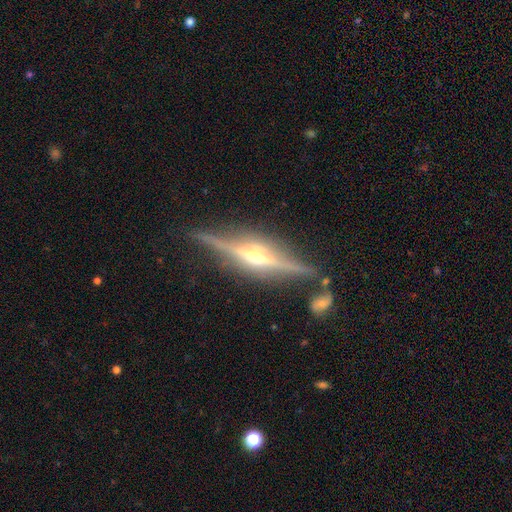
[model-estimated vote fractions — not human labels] Morphology: type=featured or disk (88%); edge-on=yes (97%); edge-on bulge=rounded (92%); merging=none (84%).